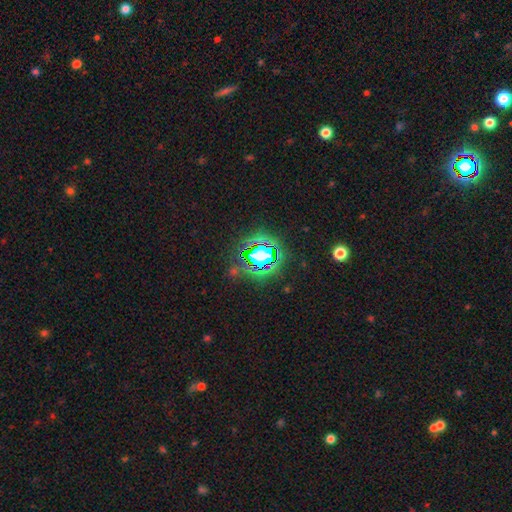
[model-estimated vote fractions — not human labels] A star or artifact, not a galaxy (65%).